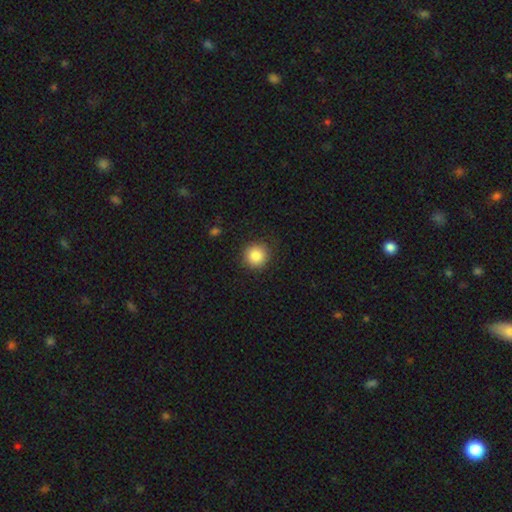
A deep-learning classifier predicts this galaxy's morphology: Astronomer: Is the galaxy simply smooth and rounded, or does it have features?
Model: smooth — 86%.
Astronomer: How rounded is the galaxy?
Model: round — 94%.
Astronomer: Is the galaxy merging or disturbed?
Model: none — 88%.